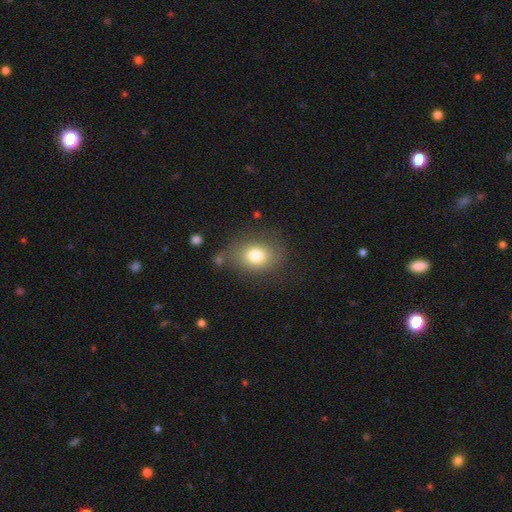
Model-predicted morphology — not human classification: Q: Smooth or featured?
A: smooth (77%); runner-up: featured or disk (13%)
Q: How rounded?
A: in between (56%); runner-up: round (43%)
Q: Merging?
A: none (68%); runner-up: minor disturbance (19%)